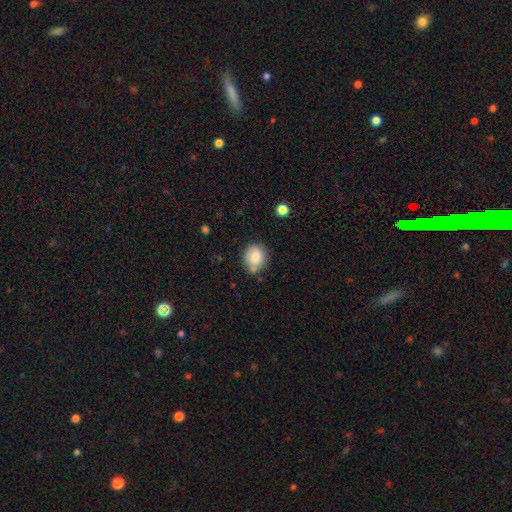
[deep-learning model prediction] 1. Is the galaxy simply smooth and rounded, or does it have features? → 83% smooth, 9% featured or disk, 8% star or artifact.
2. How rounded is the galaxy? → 64% round, 35% in between, 1% cigar-shaped.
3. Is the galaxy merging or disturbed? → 71% none, 19% minor disturbance, 6% merger, 4% major disturbance.